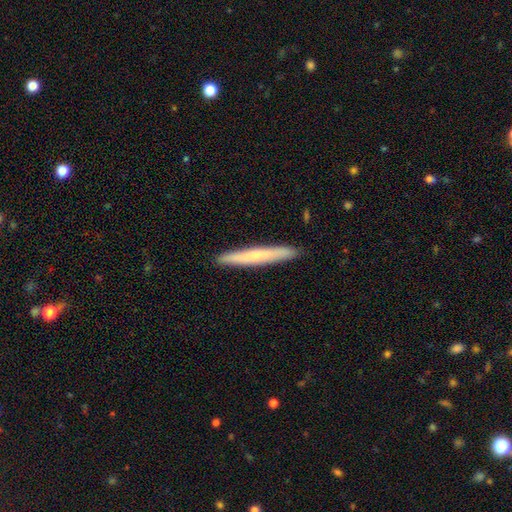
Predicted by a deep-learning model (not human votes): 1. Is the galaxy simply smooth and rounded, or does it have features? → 63% smooth, 32% featured or disk, 5% star or artifact.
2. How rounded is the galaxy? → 97% cigar-shaped, 2% in between, 1% round.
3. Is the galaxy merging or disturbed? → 92% none, 6% minor disturbance, 1% major disturbance, 1% merger.